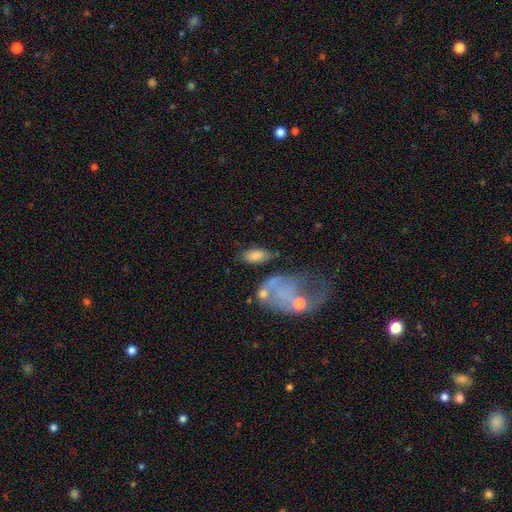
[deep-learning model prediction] Q: Smooth or featured?
A: smooth (77%); runner-up: featured or disk (15%)
Q: How rounded?
A: in between (92%); runner-up: cigar-shaped (5%)
Q: Merging?
A: none (59%); runner-up: minor disturbance (18%)